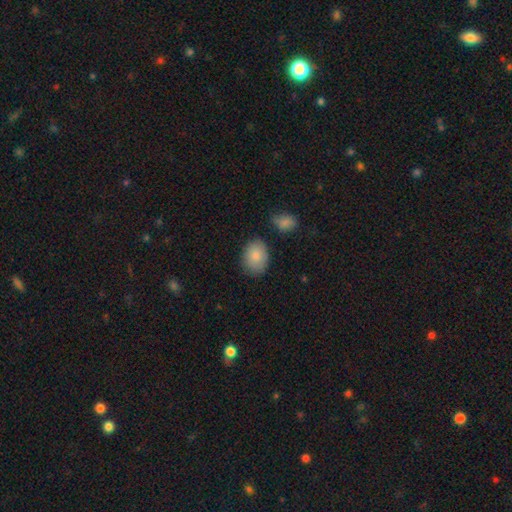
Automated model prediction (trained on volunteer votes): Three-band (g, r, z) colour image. It shows a smooth galaxy with no disk features (86%) that is in between round and cigar-shaped (67%). Merging: none (78%).